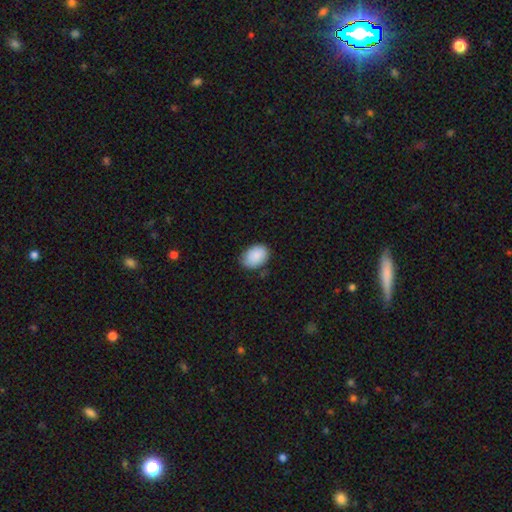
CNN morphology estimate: smooth-or-featured: smooth: 88% | star or artifact: 7% | featured or disk: 5%
  how-rounded: in between: 82% | round: 18% | cigar-shaped: 1%
  merging: none: 74% | minor disturbance: 21% | major disturbance: 3% | merger: 1%